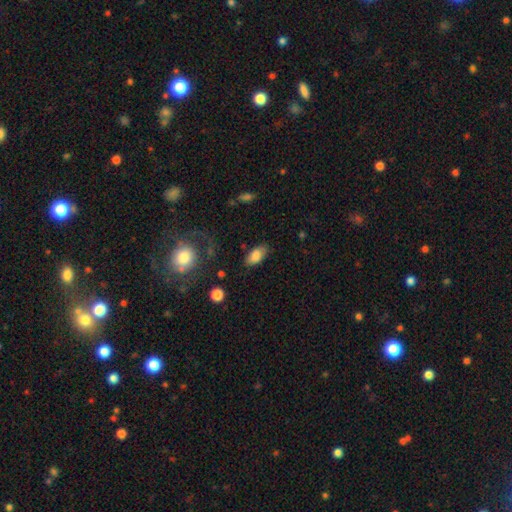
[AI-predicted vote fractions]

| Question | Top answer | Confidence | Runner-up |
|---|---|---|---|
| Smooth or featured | smooth | 81% | featured or disk (11%) |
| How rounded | in between | 91% | cigar-shaped (5%) |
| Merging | none | 79% | minor disturbance (15%) |